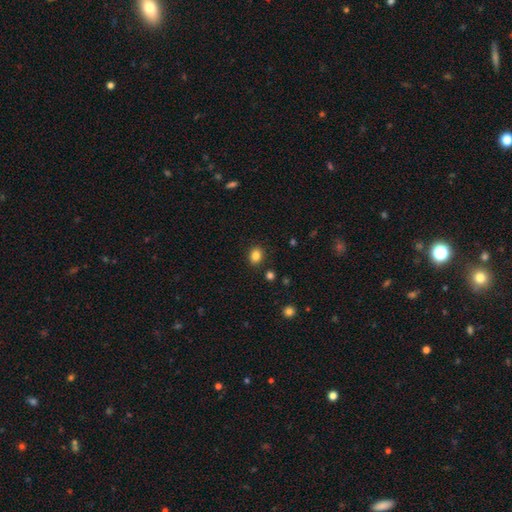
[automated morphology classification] A smooth galaxy with no disk features (85%) that is round (56%). Merging: none (88%).